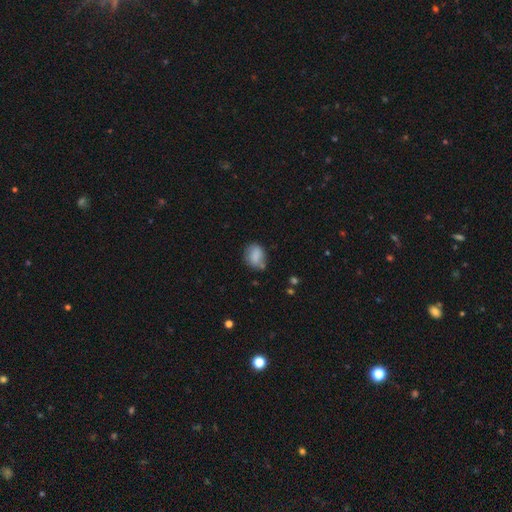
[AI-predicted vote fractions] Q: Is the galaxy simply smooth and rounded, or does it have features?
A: smooth — 82%.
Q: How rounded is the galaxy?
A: in between — 61%.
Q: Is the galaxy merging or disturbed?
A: none — 61%.